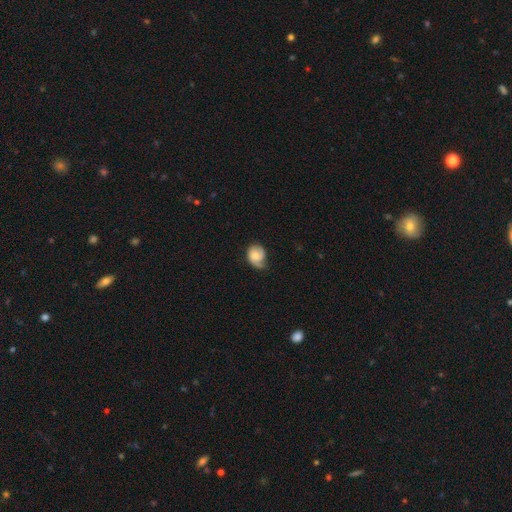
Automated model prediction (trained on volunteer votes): Overall: smooth (49%; featured or disk 43%). Merging: none (45%; minor disturbance 36%).